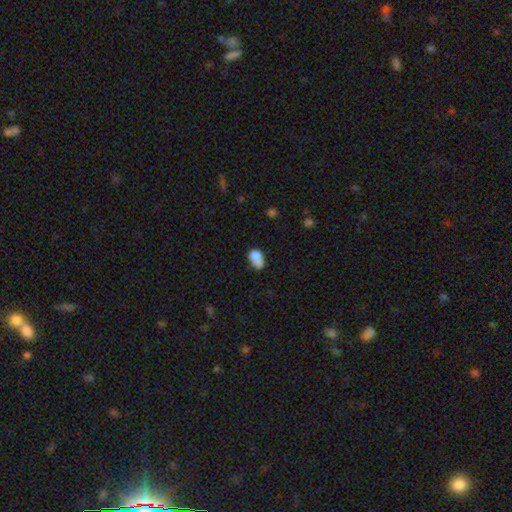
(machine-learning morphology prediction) smooth 77%, featured or disk 12%, star or artifact 10%. Down the decision tree: how rounded — in between (81%); merging — none (31%).